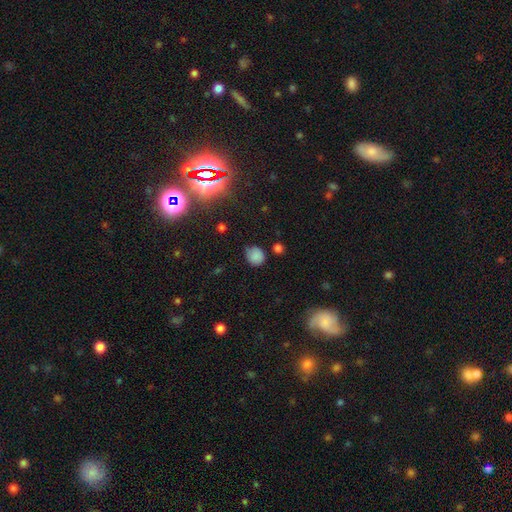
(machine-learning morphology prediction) Smooth or featured?
  - smooth: 81% *
  - star or artifact: 12%
  - featured or disk: 7%
How rounded?
  - round: 77% *
  - in between: 22%
  - cigar-shaped: 1%
Merging?
  - none: 67% *
  - minor disturbance: 25%
  - major disturbance: 5%
  - merger: 3%